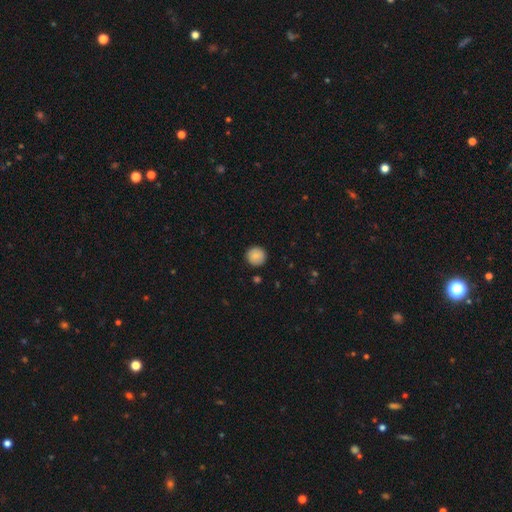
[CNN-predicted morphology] Smooth or featured: smooth — 83% (featured or disk — 10%)
How rounded: round — 94% (in between — 5%)
Merging: none — 89% (minor disturbance — 8%)